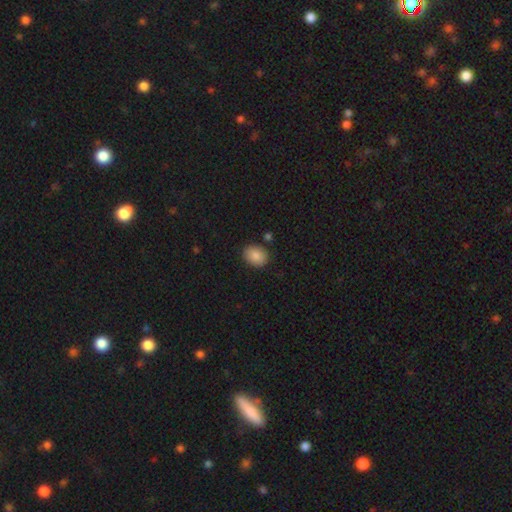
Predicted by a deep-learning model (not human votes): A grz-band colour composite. It shows a smooth galaxy with no disk features (87%) that is in between round and cigar-shaped (57%). Merging: none (85%).